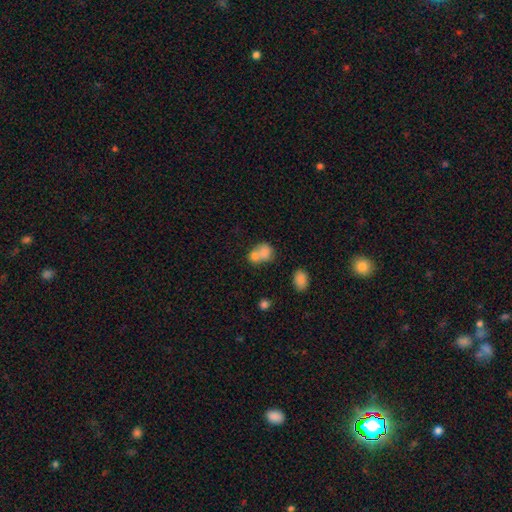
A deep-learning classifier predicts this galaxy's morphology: smooth-or-featured: smooth: 76% | featured or disk: 14% | star or artifact: 9%
  how-rounded: round: 57% | in between: 41% | cigar-shaped: 1%
  merging: merger: 65% | none: 24% | minor disturbance: 7% | major disturbance: 4%